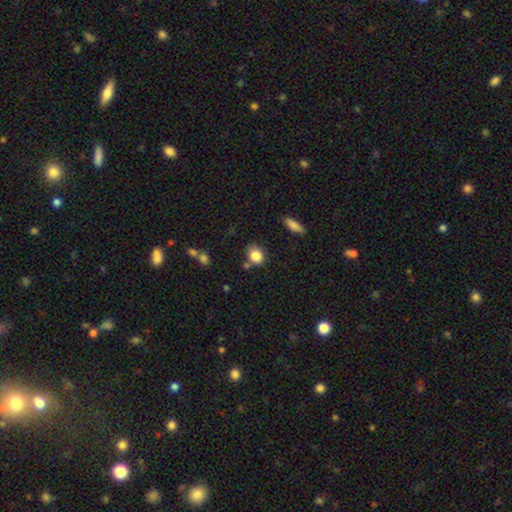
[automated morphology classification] type=smooth (84%); roundness=in between (49%, tied with round); merging=none (69%).